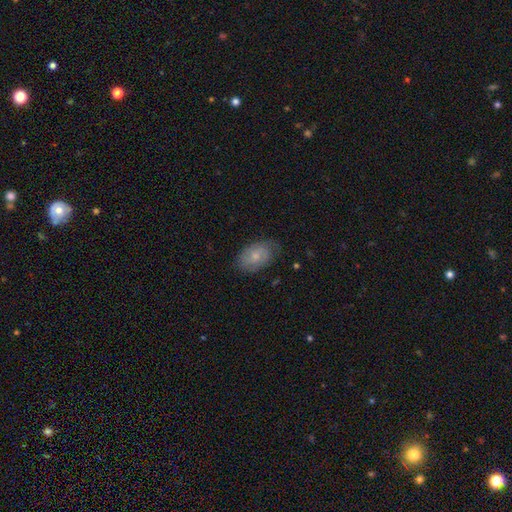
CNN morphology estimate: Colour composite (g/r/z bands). It shows a smooth galaxy with no disk features (64%) that is in between round and cigar-shaped (89%). Merging: none (73%).